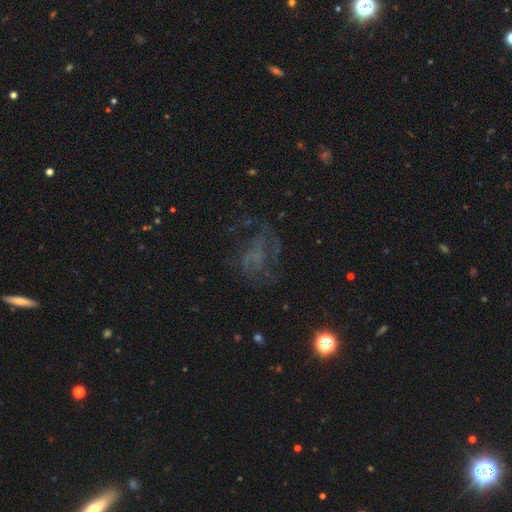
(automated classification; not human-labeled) Q: Smooth or featured?
A: featured or disk (49%); runner-up: star or artifact (29%)
Q: Merging?
A: none (48%); runner-up: major disturbance (33%)